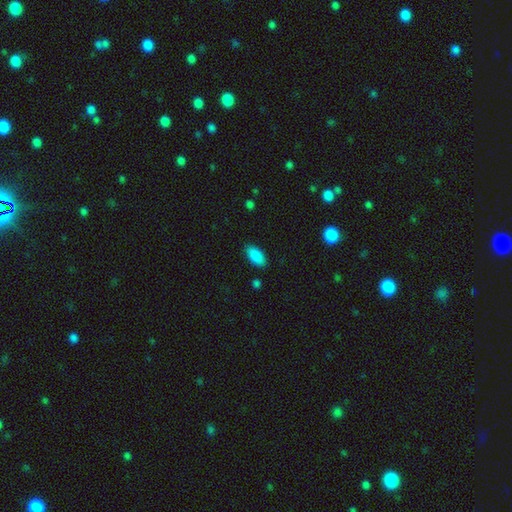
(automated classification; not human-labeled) Q: Smooth or featured?
A: smooth (89%); runner-up: star or artifact (7%)
Q: How rounded?
A: in between (91%); runner-up: cigar-shaped (7%)
Q: Merging?
A: none (86%); runner-up: minor disturbance (10%)